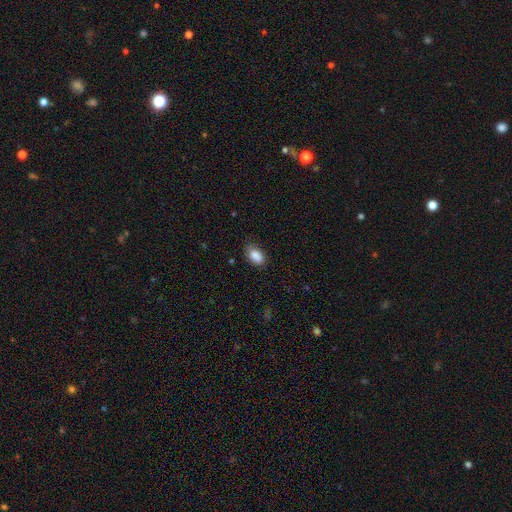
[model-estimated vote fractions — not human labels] smooth 88%, star or artifact 7%, featured or disk 5%. Down the decision tree: how rounded — in between (90%); merging — none (75%).